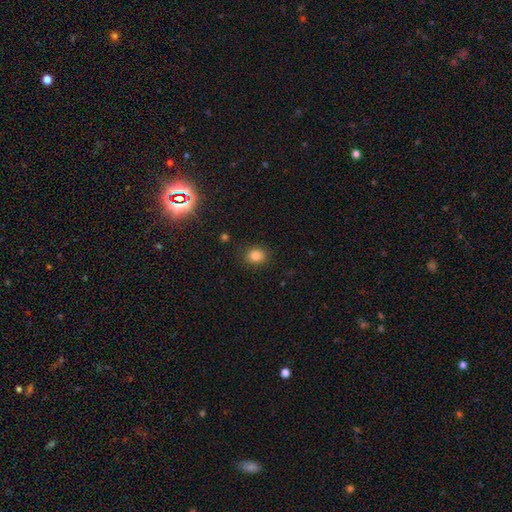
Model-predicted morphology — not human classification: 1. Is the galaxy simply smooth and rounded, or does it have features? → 83% smooth, 12% star or artifact, 6% featured or disk.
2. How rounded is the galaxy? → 65% round, 34% in between, 1% cigar-shaped.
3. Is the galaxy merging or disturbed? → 87% none, 9% minor disturbance, 3% major disturbance, 1% merger.